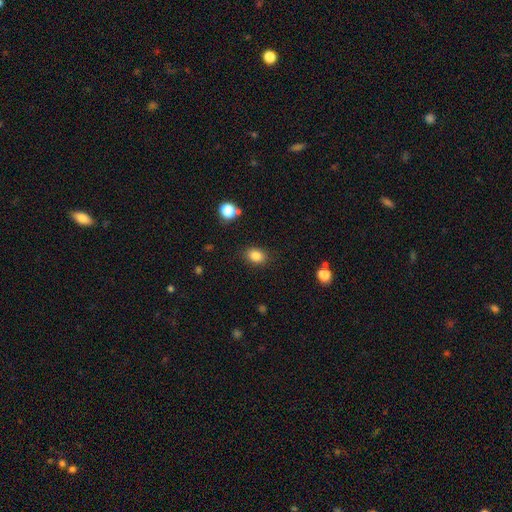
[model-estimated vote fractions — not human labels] smooth_or_featured: smooth (p=0.85) [alt: star or artifact p=0.10]
how_rounded: in between (p=0.69) [alt: round p=0.30]
merging: none (p=0.85) [alt: minor disturbance p=0.10]